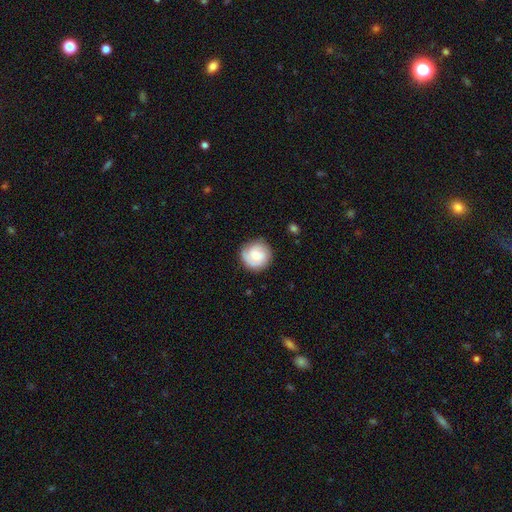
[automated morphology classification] smooth 54%, featured or disk 39%, star or artifact 7%. Down the decision tree: how rounded — round (92%); merging — none (81%).